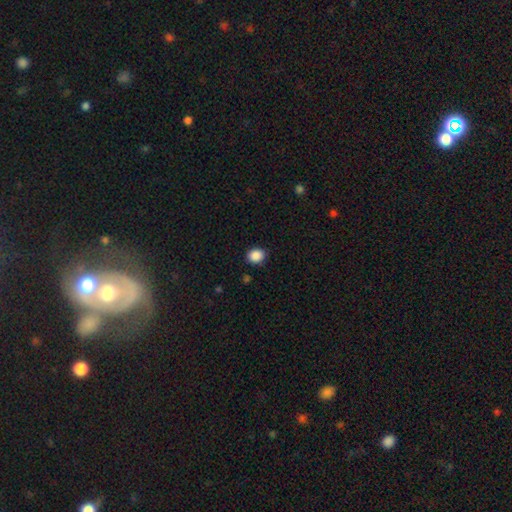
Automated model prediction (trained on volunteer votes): Morphology: type=smooth (89%); roundness=round (57%); merging=none (85%).